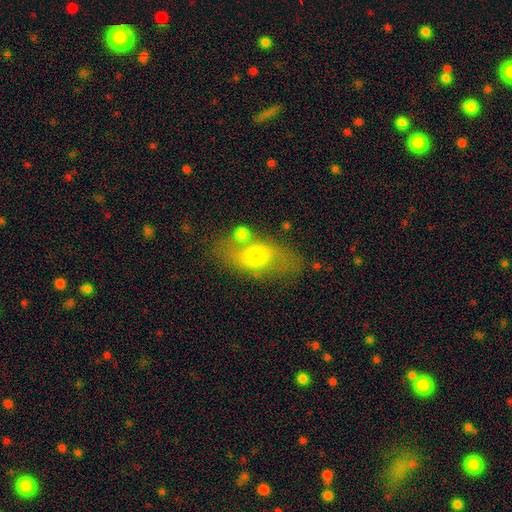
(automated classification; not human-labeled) smooth-or-featured: smooth: 54% | featured or disk: 37% | star or artifact: 9%
  how-rounded: in between: 80% | round: 14% | cigar-shaped: 6%
  merging: none: 54% | minor disturbance: 19% | merger: 18% | major disturbance: 9%